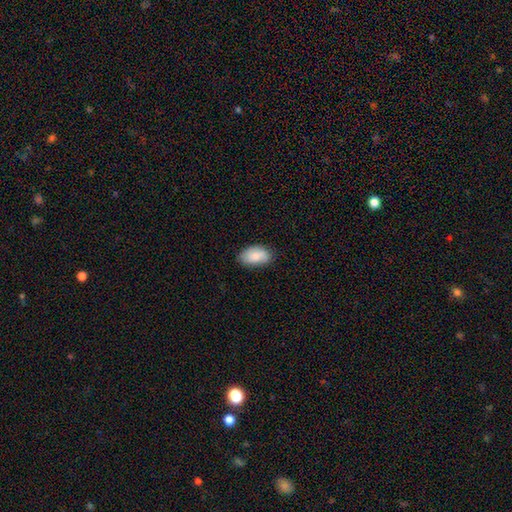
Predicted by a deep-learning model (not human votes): This appears to be a smooth galaxy with no disk features (80%) that is in between round and cigar-shaped (93%). Merging: none (78%).